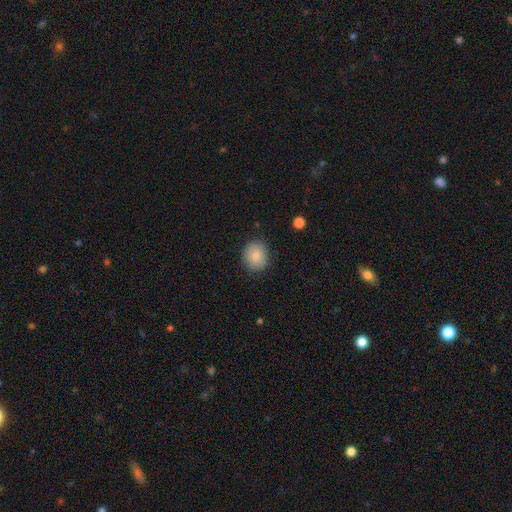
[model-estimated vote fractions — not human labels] Smooth or featured? Predicted: smooth (p=0.86). How rounded? Predicted: round (p=0.73). Merging? Predicted: none (p=0.85).